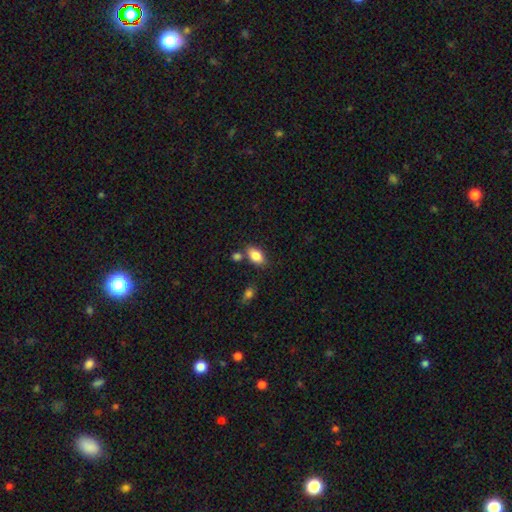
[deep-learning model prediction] Smooth or featured?
  - smooth: 84% *
  - featured or disk: 8%
  - star or artifact: 8%
How rounded?
  - in between: 90% *
  - round: 7%
  - cigar-shaped: 3%
Merging?
  - none: 71% *
  - minor disturbance: 13%
  - merger: 12%
  - major disturbance: 3%